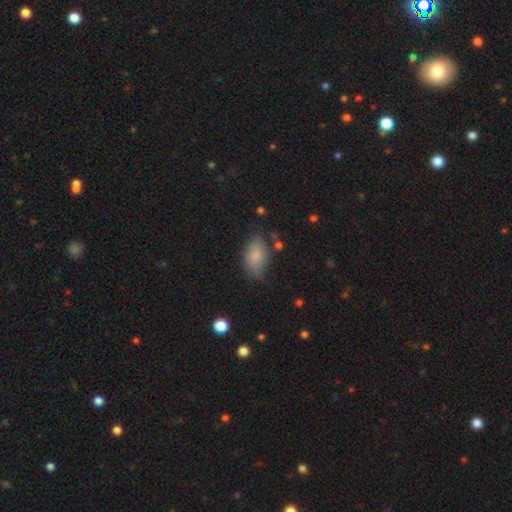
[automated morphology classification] Smooth or featured?
  - smooth: 79% *
  - featured or disk: 13%
  - star or artifact: 8%
How rounded?
  - in between: 91% *
  - round: 7%
  - cigar-shaped: 2%
Merging?
  - none: 67% *
  - minor disturbance: 24%
  - major disturbance: 6%
  - merger: 3%